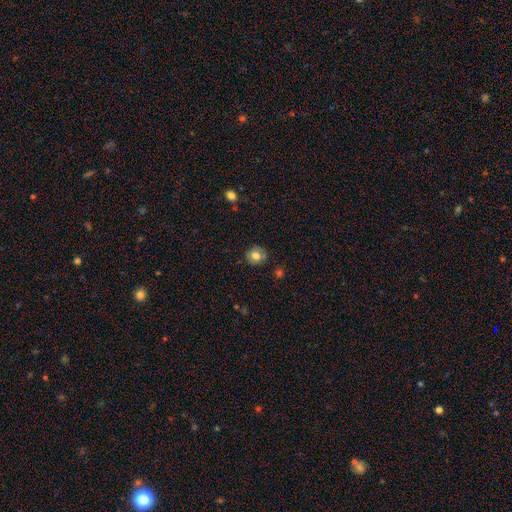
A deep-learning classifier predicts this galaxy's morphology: Smooth or featured: smooth — 77% (featured or disk — 12%)
How rounded: round — 85% (in between — 14%)
Merging: none — 83% (minor disturbance — 12%)